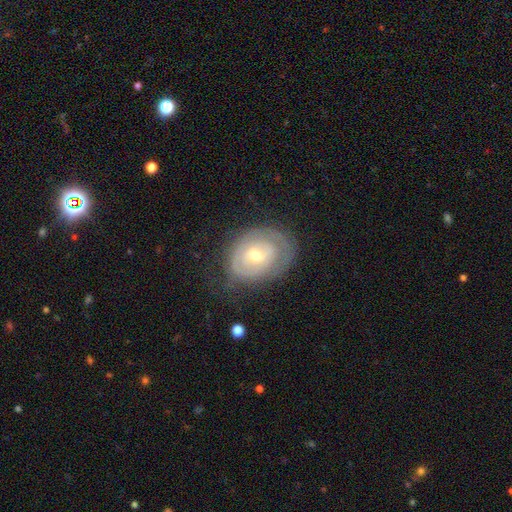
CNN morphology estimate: The model was most divided on "bulge size": moderate: 51%, small: 44%, large: 3%, none: 1%, dominant: 1%. More confident: edge-on disk — no (95%); smooth or featured — featured or disk (67%); bar — no (65%); merging — none (62%); spiral arms — yes (57%).